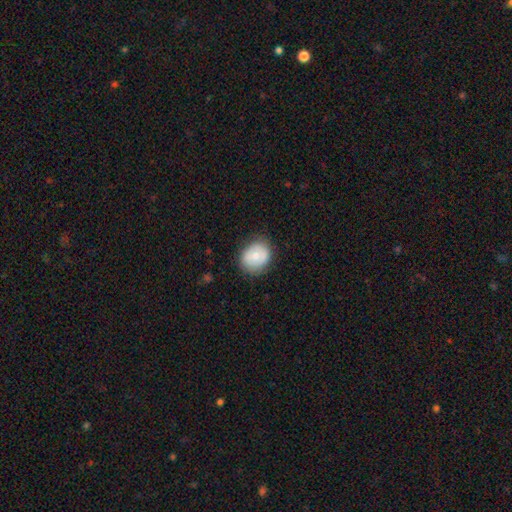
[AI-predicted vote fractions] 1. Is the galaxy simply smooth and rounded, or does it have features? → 69% smooth, 23% featured or disk, 7% star or artifact.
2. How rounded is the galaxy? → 64% round, 35% in between, 1% cigar-shaped.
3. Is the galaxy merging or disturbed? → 79% none, 16% minor disturbance, 4% major disturbance, 1% merger.